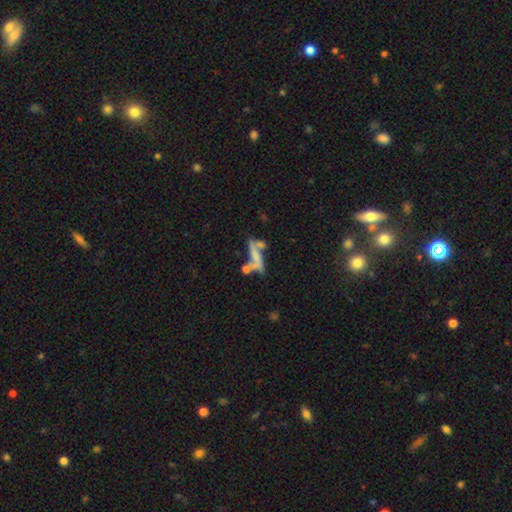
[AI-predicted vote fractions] Morphology: type=featured or disk (52%); edge-on=no (77%); merging=merger (40%).